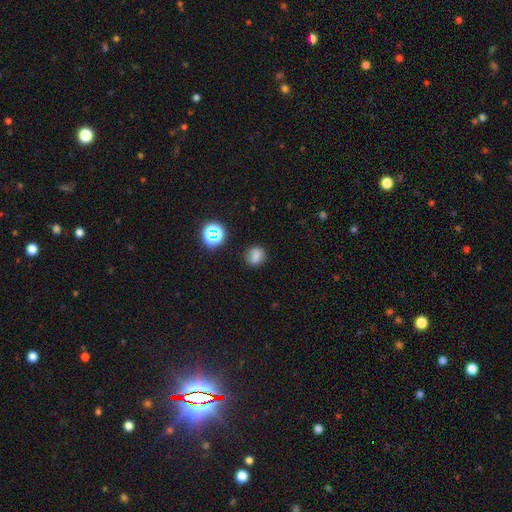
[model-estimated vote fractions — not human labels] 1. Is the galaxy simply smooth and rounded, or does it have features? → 77% smooth, 16% star or artifact, 7% featured or disk.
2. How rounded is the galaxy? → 64% round, 35% in between, 1% cigar-shaped.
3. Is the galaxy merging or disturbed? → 81% none, 12% minor disturbance, 4% major disturbance, 3% merger.